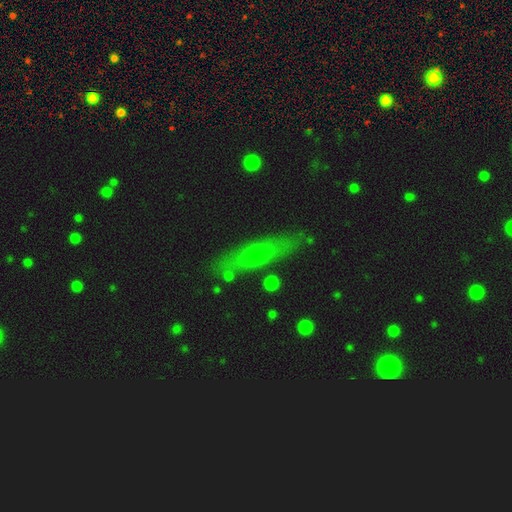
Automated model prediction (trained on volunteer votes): This appears to be a featured or disk galaxy (47%). Merging: none (80%).